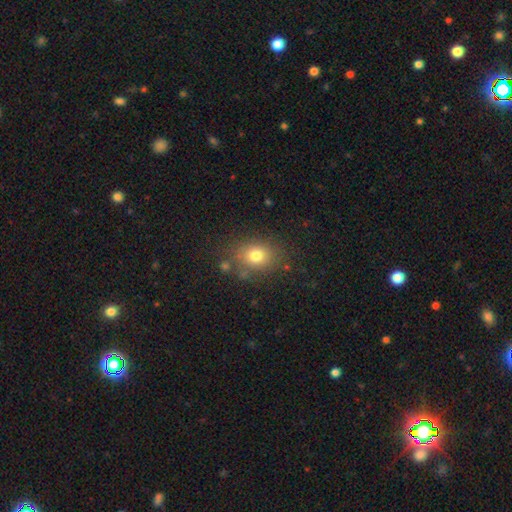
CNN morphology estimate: A smooth galaxy with no disk features (76%) that is round (53%). Merging: none (78%).